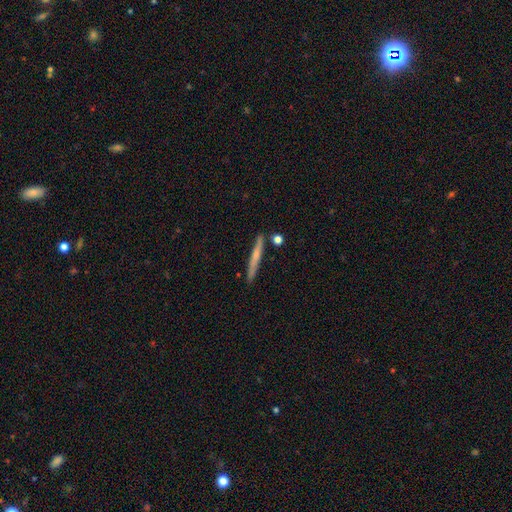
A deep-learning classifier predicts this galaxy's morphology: smooth 54%, featured or disk 40%, star or artifact 6%. Down the decision tree: how rounded — cigar-shaped (96%); merging — none (86%).